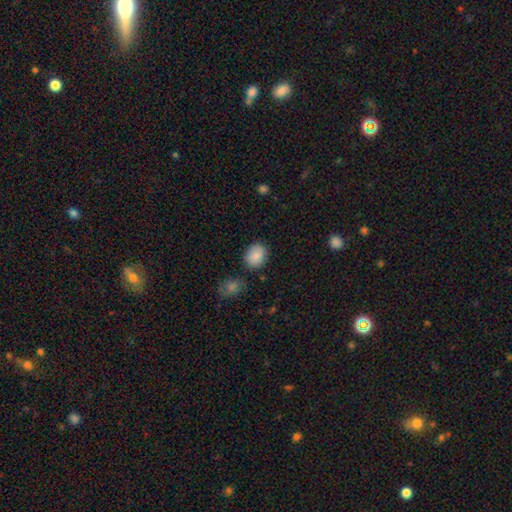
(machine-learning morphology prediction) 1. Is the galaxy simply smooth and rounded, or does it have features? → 87% smooth, 8% star or artifact, 5% featured or disk.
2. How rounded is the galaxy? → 51% round, 48% in between, 1% cigar-shaped.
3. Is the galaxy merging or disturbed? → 80% none, 13% minor disturbance, 4% merger, 3% major disturbance.